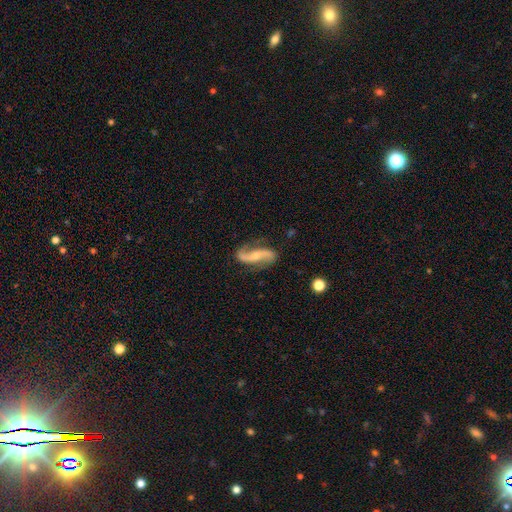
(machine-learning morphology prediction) The model was most divided on "bar": no: 41%, weak: 30%, strong: 29%. More confident: spiral arms — yes (96%); edge-on disk — no (94%); spiral arm count — 2 (93%); smooth or featured — featured or disk (86%); merging — none (78%); spiral winding — loose (75%); bulge size — small (52%).